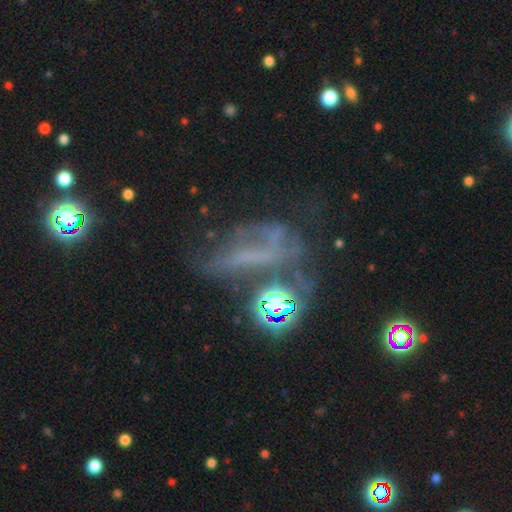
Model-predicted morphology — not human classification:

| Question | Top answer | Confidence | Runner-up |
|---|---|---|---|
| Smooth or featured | featured or disk | 45% | star or artifact (32%) |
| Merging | major disturbance | 37% | none (32%) |